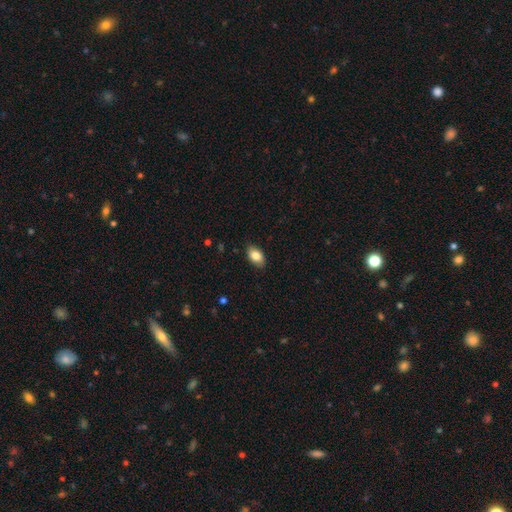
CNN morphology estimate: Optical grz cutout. It shows a smooth galaxy with no disk features (85%) that is in between round and cigar-shaped (90%). Merging: none (84%).